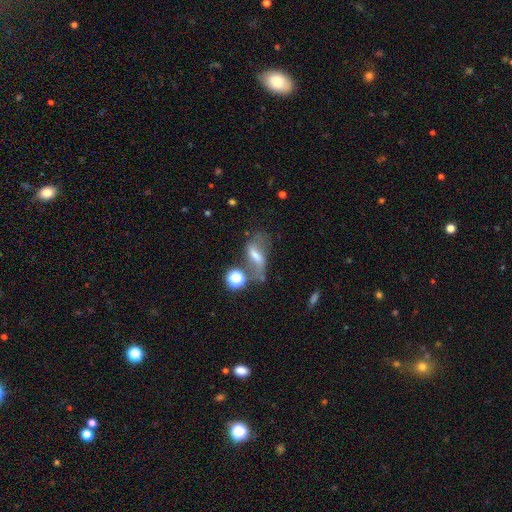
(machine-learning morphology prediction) Smooth or featured: featured or disk — 52% (smooth — 33%)
Edge-on disk: no — 87% (yes — 13%)
Merging: none — 39% (major disturbance — 25%)